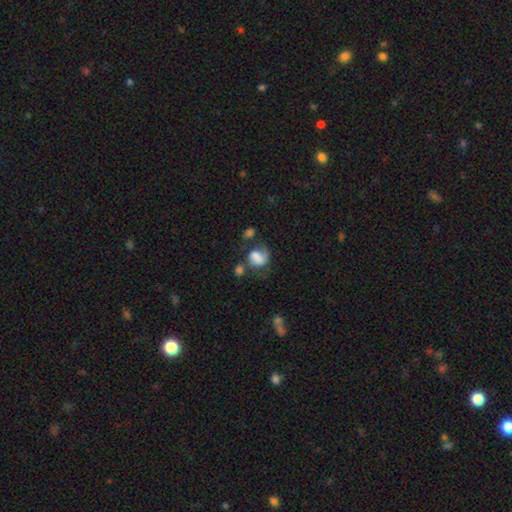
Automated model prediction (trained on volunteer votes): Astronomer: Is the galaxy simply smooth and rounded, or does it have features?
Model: smooth — 64%.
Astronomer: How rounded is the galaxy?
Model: round — 50% (runner-up: in between, 49%).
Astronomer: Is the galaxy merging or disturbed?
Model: none — 33% (runner-up: minor disturbance, 23%).